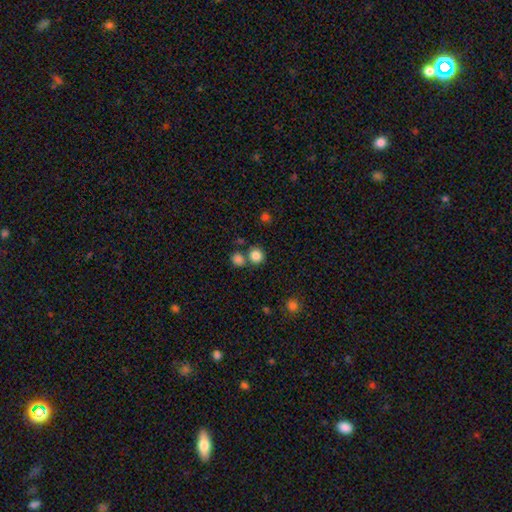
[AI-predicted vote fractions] Q: Smooth or featured?
A: smooth (84%); runner-up: star or artifact (12%)
Q: How rounded?
A: round (87%); runner-up: in between (12%)
Q: Merging?
A: none (67%); runner-up: merger (22%)